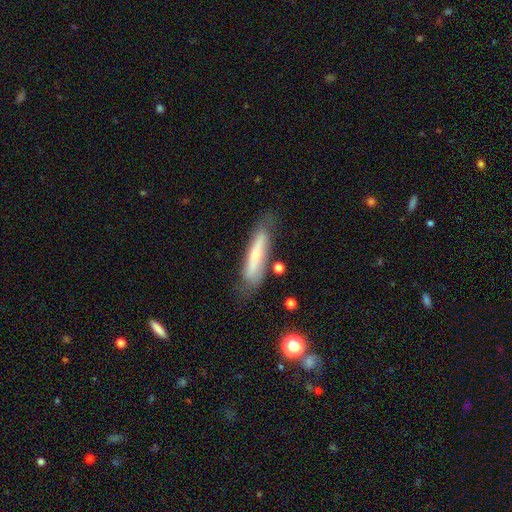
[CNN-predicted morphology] smooth-or-featured: featured or disk: 51% | smooth: 42% | star or artifact: 7%
  disk-edge-on: yes: 58% | no: 42%
  merging: none: 70% | minor disturbance: 19% | major disturbance: 7% | merger: 4%